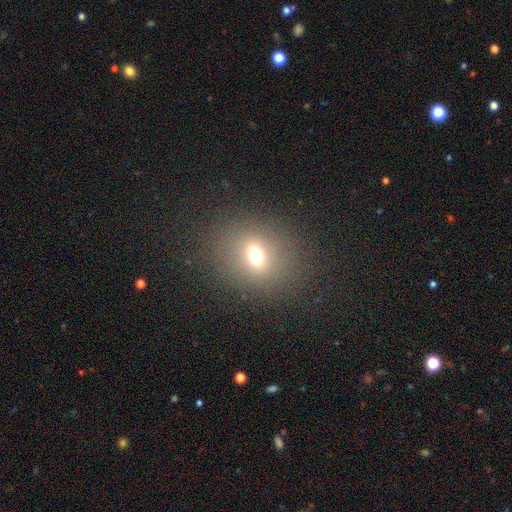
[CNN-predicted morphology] A smooth galaxy with no disk features (67%) that is round (58%).

Vote fractions:
- Smooth or featured? smooth: 67% / star or artifact: 20% / featured or disk: 13%
- How rounded? round: 58% / in between: 41% / cigar-shaped: 1%
- Merging? none: 83% / minor disturbance: 9% / major disturbance: 6% / merger: 2%